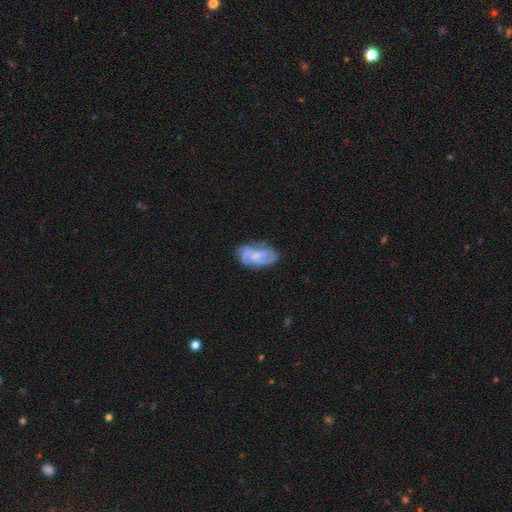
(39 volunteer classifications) Volunteers were most divided on "merging": none: 35%, major disturbance: 32%, minor disturbance: 30%, merger: 3%. Remaining: edge-on disk — no (86%); spiral arms — yes (68%); smooth or featured — featured or disk (56%); spiral winding — tight (54%); bulge size — small (53%); bar — no (53%); spiral arm count — can't tell (46%).